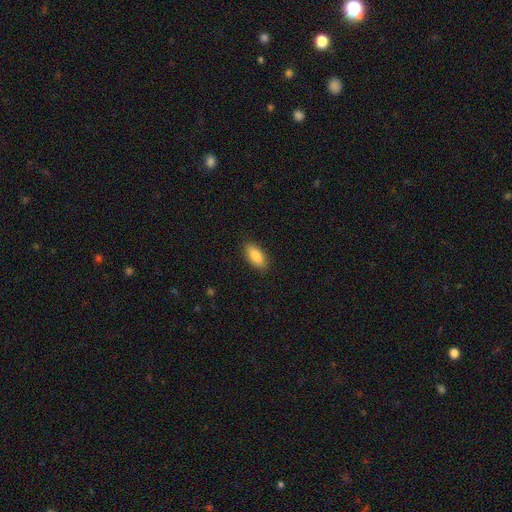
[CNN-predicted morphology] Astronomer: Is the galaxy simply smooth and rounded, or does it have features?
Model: smooth — 87%.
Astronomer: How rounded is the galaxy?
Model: in between — 86%.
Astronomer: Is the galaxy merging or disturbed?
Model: none — 88%.